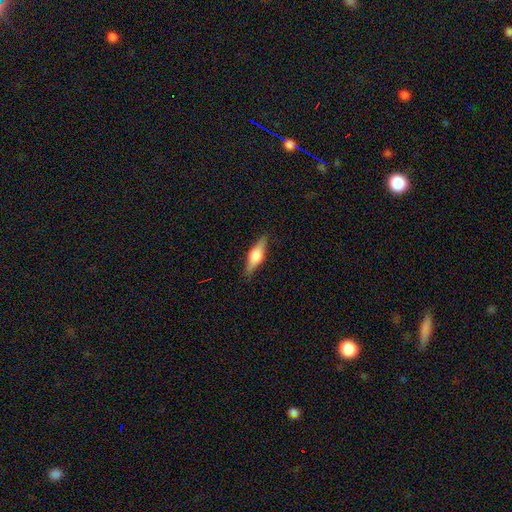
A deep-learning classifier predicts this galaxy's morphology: type=featured or disk (56%); edge-on=yes (95%); edge-on bulge=rounded (89%); merging=none (87%).